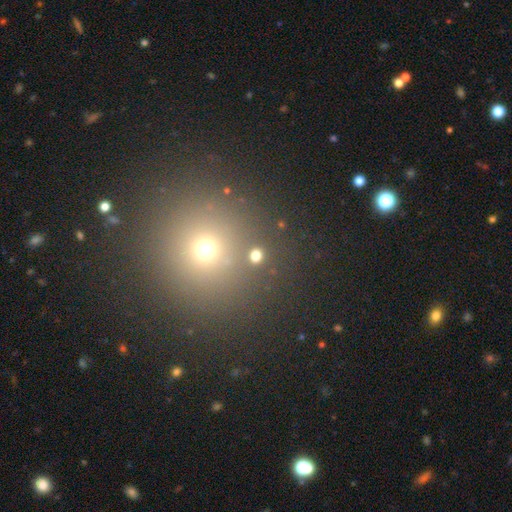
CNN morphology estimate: Q: Smooth or featured?
A: smooth (73%); runner-up: star or artifact (21%)
Q: How rounded?
A: round (86%); runner-up: in between (13%)
Q: Merging?
A: none (83%); runner-up: merger (8%)